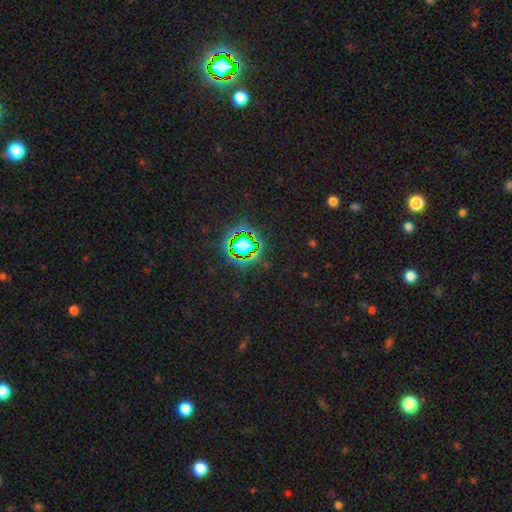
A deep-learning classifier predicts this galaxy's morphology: This is likely a star or artifact rather than a galaxy (79%).